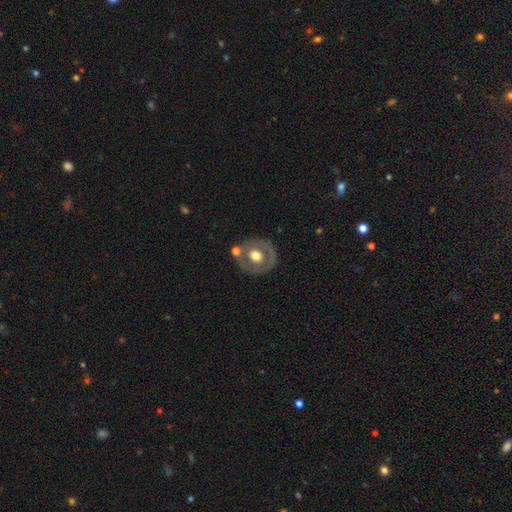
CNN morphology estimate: Smooth or featured?
  - featured or disk: 48% *
  - smooth: 45%
  - star or artifact: 7%
Merging?
  - none: 70% *
  - minor disturbance: 13%
  - merger: 11%
  - major disturbance: 5%